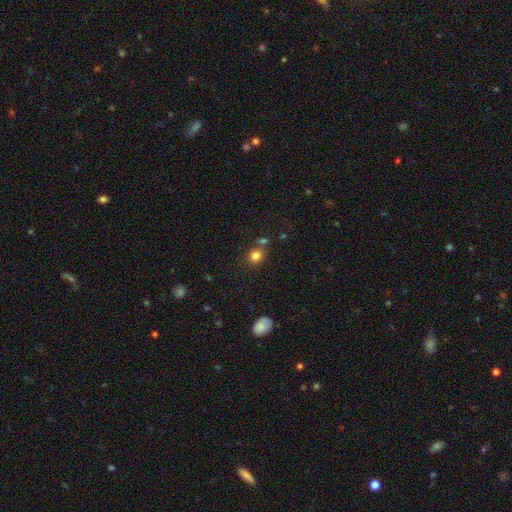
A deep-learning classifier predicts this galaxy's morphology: type=smooth (81%); roundness=round (82%); merging=none (70%).